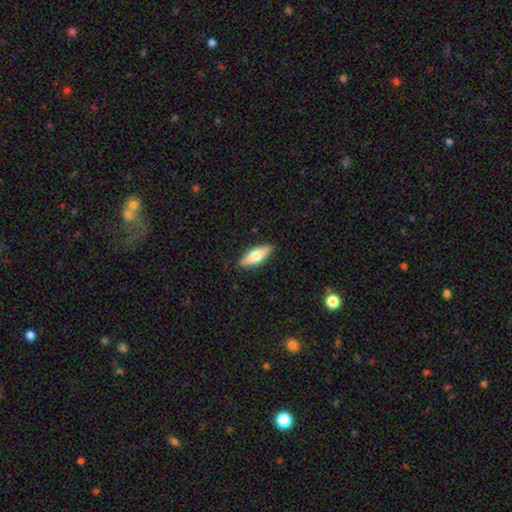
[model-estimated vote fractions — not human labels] Smooth or featured? smooth (63%)
How rounded? in between (64%)
Merging? none (88%)